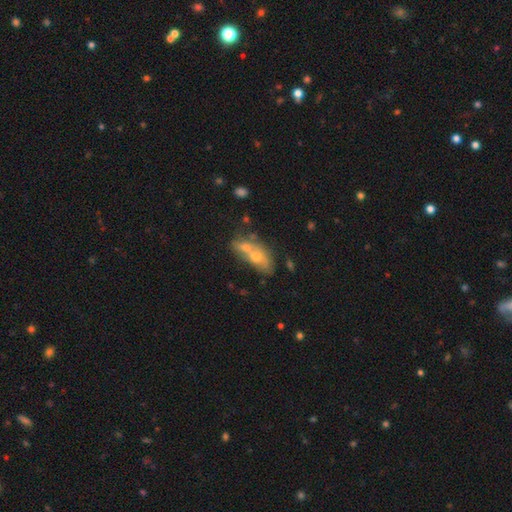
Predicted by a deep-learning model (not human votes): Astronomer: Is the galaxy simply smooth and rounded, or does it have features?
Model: smooth — 54% (runner-up: featured or disk, 34%).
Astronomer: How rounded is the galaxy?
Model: in between — 72%.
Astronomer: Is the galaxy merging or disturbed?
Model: merger — 58%.